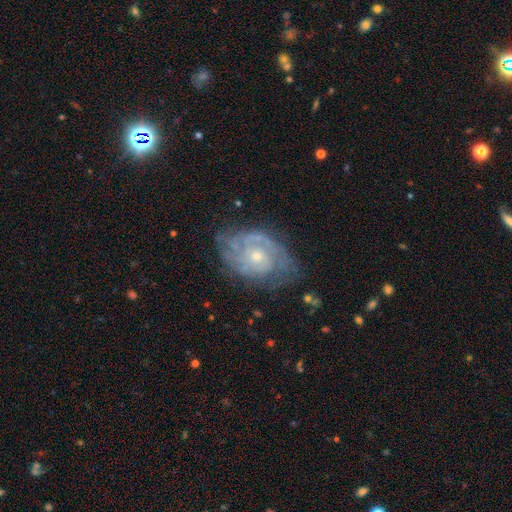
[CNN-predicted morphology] A featured or disk galaxy (81%) with no bar (77%), tight (67%) spiral arms (91%) and a small central bulge (62%). Merging: none (66%).